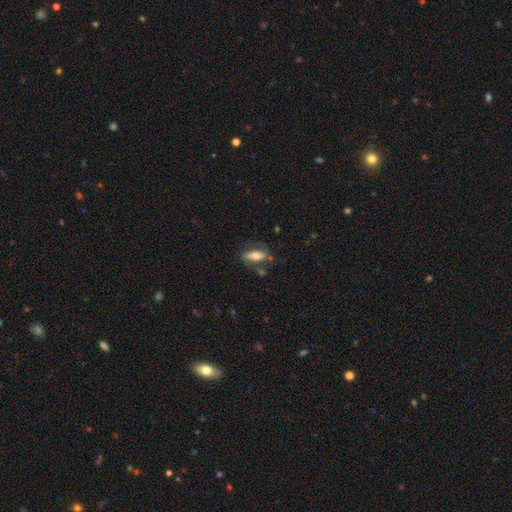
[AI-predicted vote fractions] featured or disk 47%, smooth 46%, star or artifact 7%. Down the decision tree: merging — none (57%).